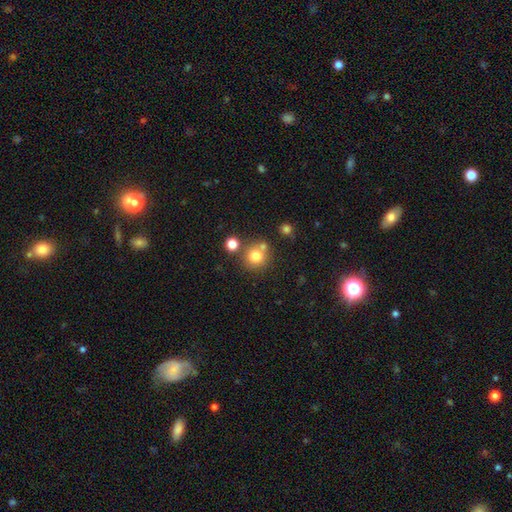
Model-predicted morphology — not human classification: A smooth galaxy with no disk features (77%) that is round (91%). Merging: none (69%).